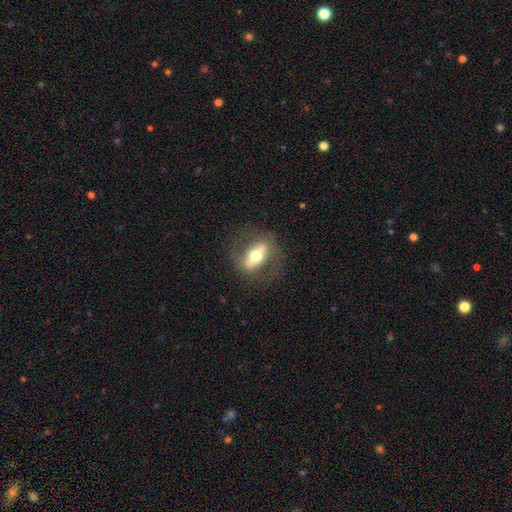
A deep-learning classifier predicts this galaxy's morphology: This is possibly a featured or disk galaxy (59%). It is possibly not viewed edge-on (57%). Merging: likely none (76%).